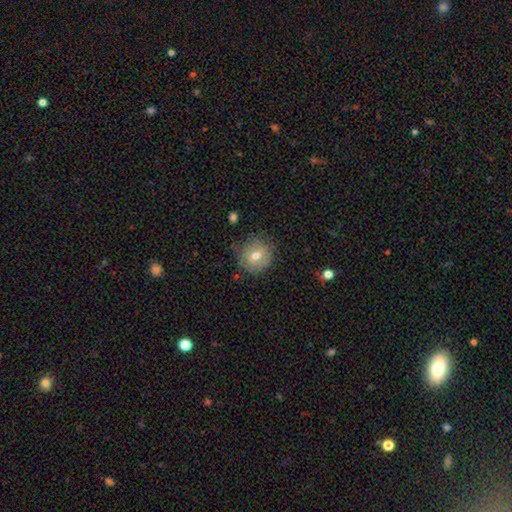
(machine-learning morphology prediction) smooth_or_featured: smooth (p=0.67) [alt: featured or disk p=0.23]
how_rounded: round (p=0.89) [alt: in between p=0.10]
merging: none (p=0.74) [alt: minor disturbance p=0.19]